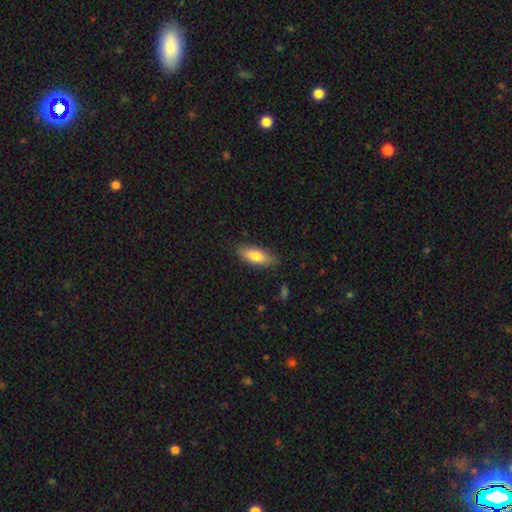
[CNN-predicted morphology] smooth_or_featured: smooth (p=0.80) [alt: featured or disk p=0.14]
how_rounded: in between (p=0.73) [alt: cigar-shaped p=0.25]
merging: none (p=0.84) [alt: minor disturbance p=0.12]